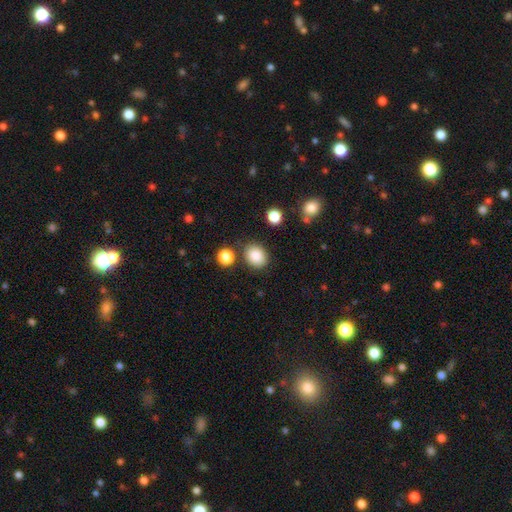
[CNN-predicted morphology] Smooth or featured?
  - smooth: 86% *
  - star or artifact: 9%
  - featured or disk: 4%
How rounded?
  - round: 55% *
  - in between: 44%
  - cigar-shaped: 1%
Merging?
  - none: 81% *
  - minor disturbance: 10%
  - merger: 5%
  - major disturbance: 3%